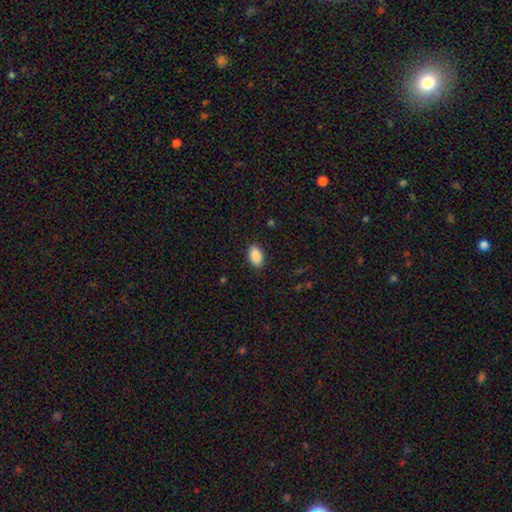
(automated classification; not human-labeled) This is clearly a smooth galaxy (89%). How rounded: clearly in between (92%). Merging: clearly none (88%).